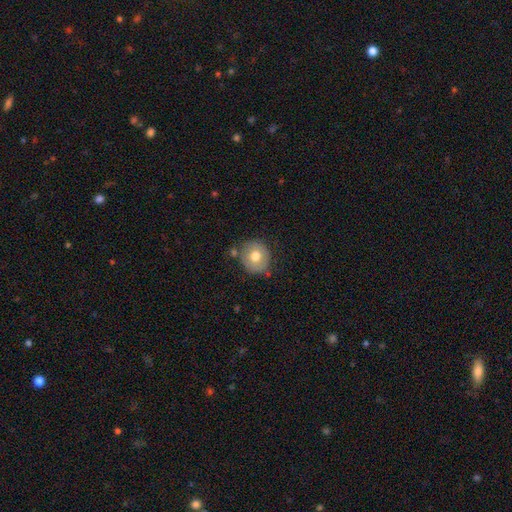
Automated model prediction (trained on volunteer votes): Smooth or featured: smooth — 71% (featured or disk — 21%)
How rounded: round — 86% (in between — 13%)
Merging: none — 73% (minor disturbance — 16%)